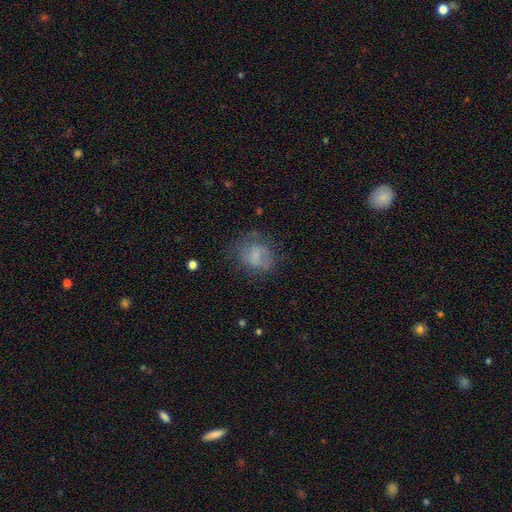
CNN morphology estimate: smooth 62%, featured or disk 26%, star or artifact 11%. Down the decision tree: how rounded — round (61%); merging — none (54%).